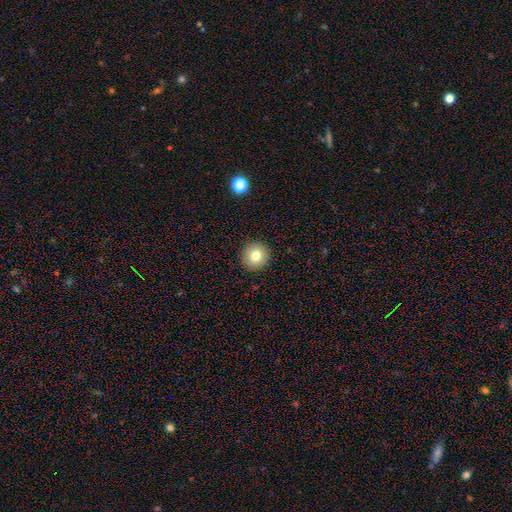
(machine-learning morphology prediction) smooth-or-featured: smooth: 78% | star or artifact: 11% | featured or disk: 10%
  how-rounded: round: 95% | in between: 4% | cigar-shaped: 1%
  merging: none: 92% | minor disturbance: 5% | major disturbance: 2% | merger: 1%